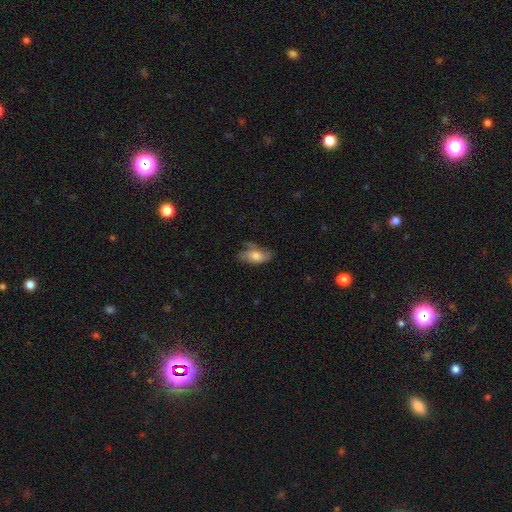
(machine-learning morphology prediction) Smooth or featured? smooth (66%)
How rounded? in between (87%)
Merging? none (49%)